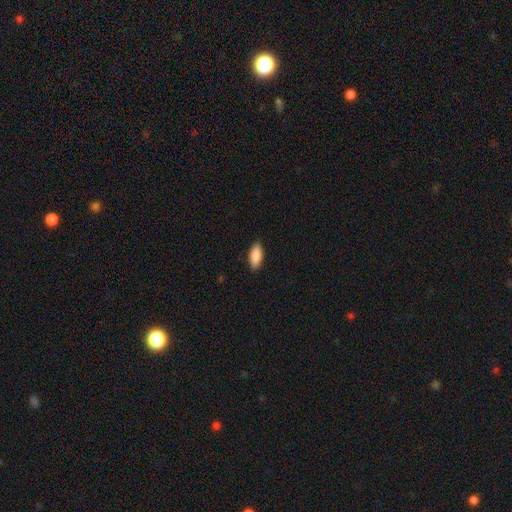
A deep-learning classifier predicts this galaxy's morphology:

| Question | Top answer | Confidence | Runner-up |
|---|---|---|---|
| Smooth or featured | smooth | 90% | star or artifact (6%) |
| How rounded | in between | 82% | cigar-shaped (16%) |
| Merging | none | 90% | minor disturbance (8%) |